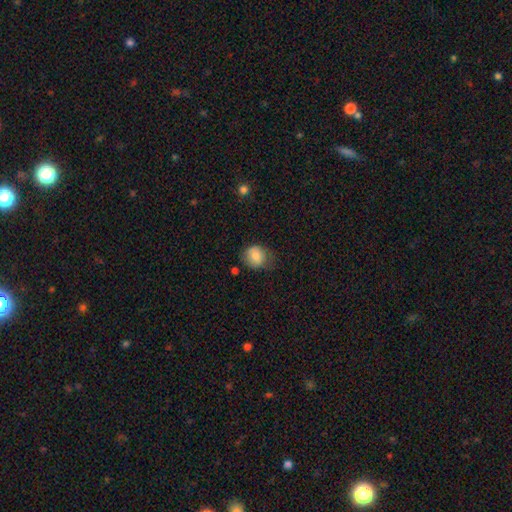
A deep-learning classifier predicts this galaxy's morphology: This is likely a smooth galaxy (80%). How rounded: likely round (69%). Merging: likely none (61%).